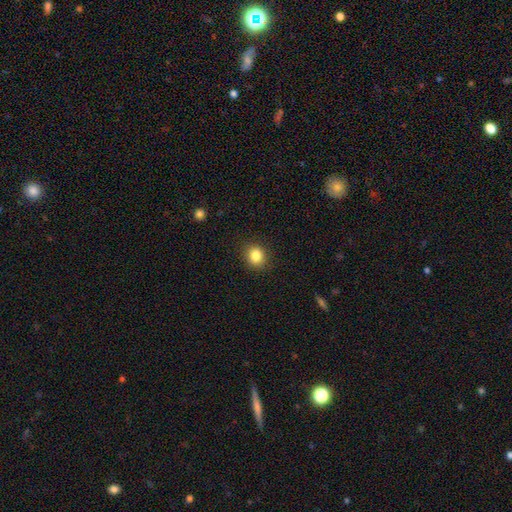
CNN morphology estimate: smooth_or_featured: smooth (p=0.84) [alt: star or artifact p=0.11]
how_rounded: round (p=0.75) [alt: in between p=0.24]
merging: none (p=0.89) [alt: minor disturbance p=0.08]